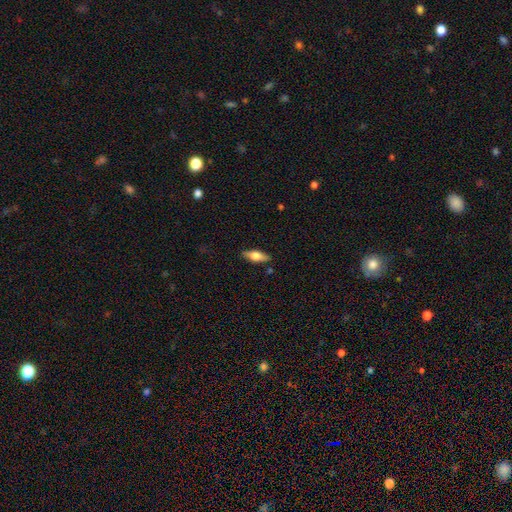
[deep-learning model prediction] A smooth galaxy with no disk features (60%) that is in between round and cigar-shaped (65%).

Vote fractions:
- Smooth or featured? smooth: 60% / featured or disk: 34% / star or artifact: 6%
- How rounded? in between: 65% / cigar-shaped: 32% / round: 3%
- Merging? none: 85% / minor disturbance: 10% / major disturbance: 2% / merger: 2%